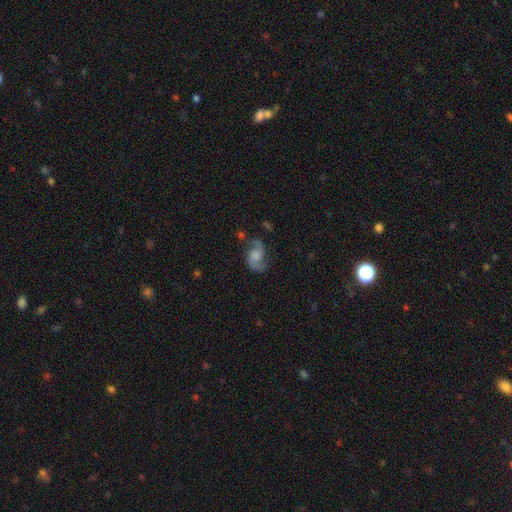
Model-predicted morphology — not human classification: Smooth or featured: featured or disk — 83% (smooth — 10%)
Edge-on disk: no — 98% (yes — 2%)
Bar: no — 61% (weak — 33%)
Spiral arms: yes — 96% (no — 4%)
Spiral winding: loose — 46% (medium — 44%)
Spiral arm count: 2 — 92% (can't tell — 2%)
Bulge size: none — 33% (moderate — 27%)
Merging: none — 68% (minor disturbance — 18%)